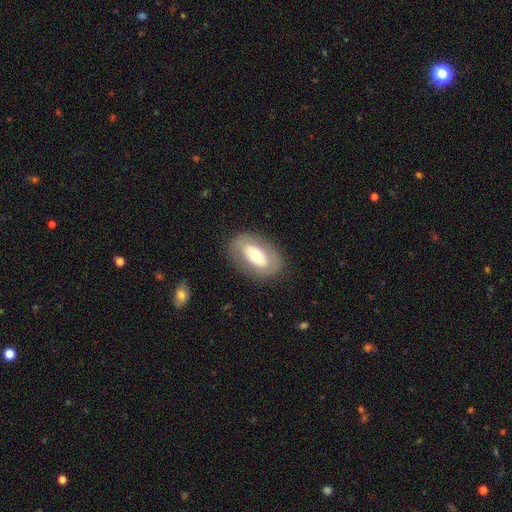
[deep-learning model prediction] A smooth galaxy with no disk features (51%) that is in between round and cigar-shaped (89%). Merging: none (82%).